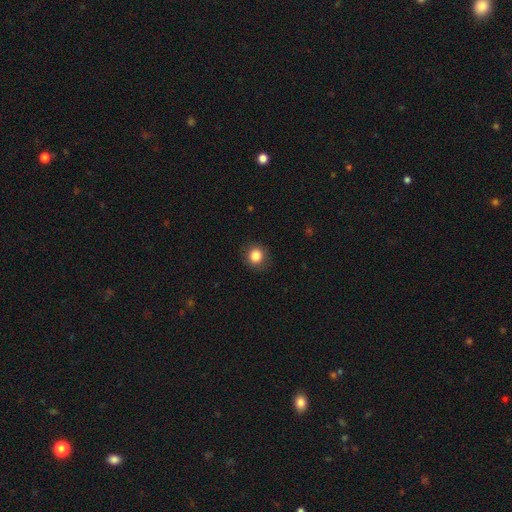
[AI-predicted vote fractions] Smooth or featured?
  - smooth: 85% *
  - star or artifact: 10%
  - featured or disk: 5%
How rounded?
  - round: 86% *
  - in between: 13%
  - cigar-shaped: 1%
Merging?
  - none: 88% *
  - minor disturbance: 8%
  - major disturbance: 3%
  - merger: 1%